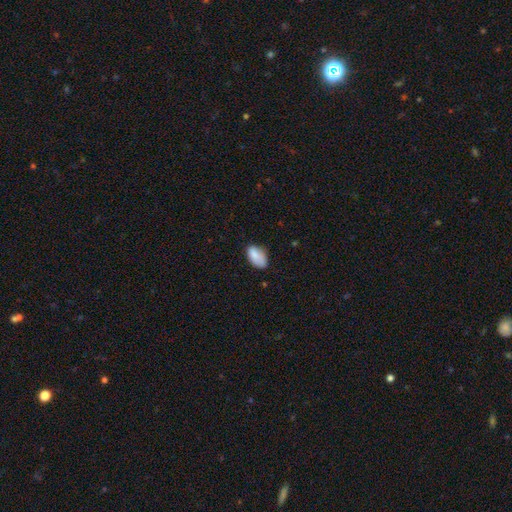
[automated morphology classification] type=smooth (86%); roundness=in between (93%); merging=none (68%).